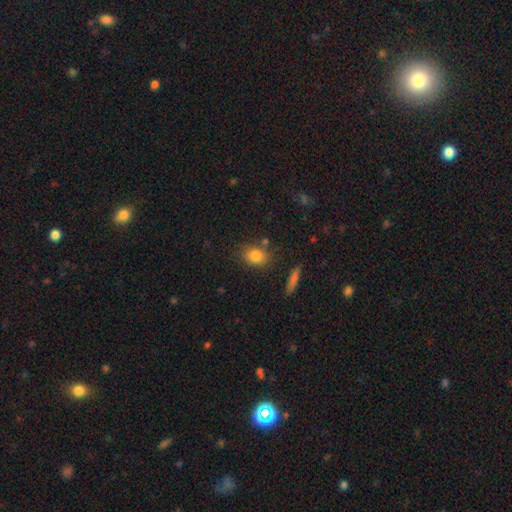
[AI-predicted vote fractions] Smooth or featured? Predicted: smooth (p=0.82). How rounded? Predicted: in between (p=0.57). Merging? Predicted: none (p=0.76).